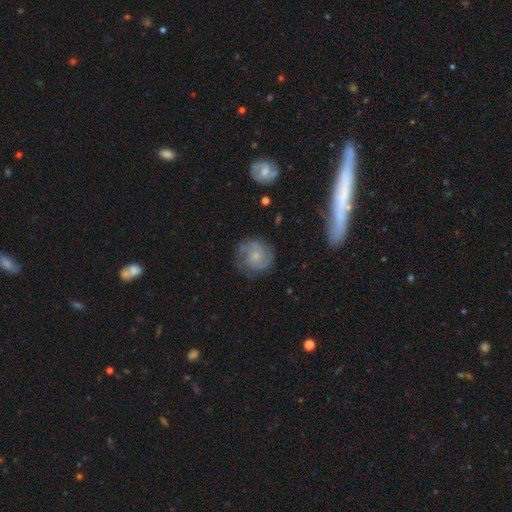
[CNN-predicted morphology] type=featured or disk (58%); edge-on=no (97%); bar=no (79%); spiral arms=yes (84%); bulge=small (71%); merging=none (70%).